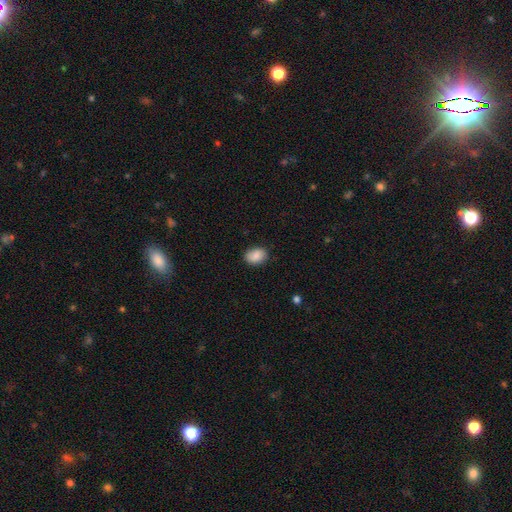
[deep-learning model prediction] Q: Smooth or featured?
A: smooth (86%); runner-up: star or artifact (7%)
Q: How rounded?
A: in between (73%); runner-up: round (26%)
Q: Merging?
A: none (82%); runner-up: minor disturbance (14%)